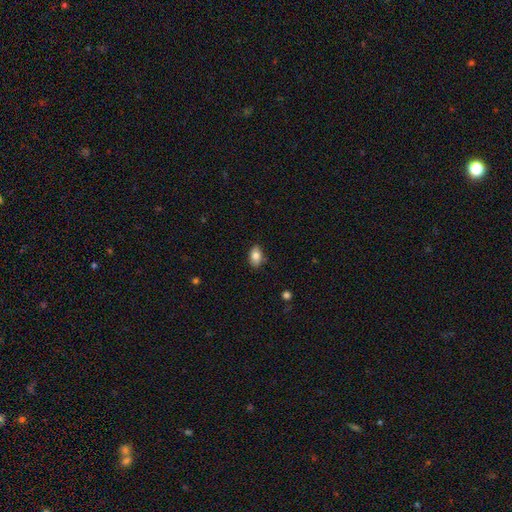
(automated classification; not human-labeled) Overall: smooth (81%). How rounded: in between (89%). Merging: none (82%).